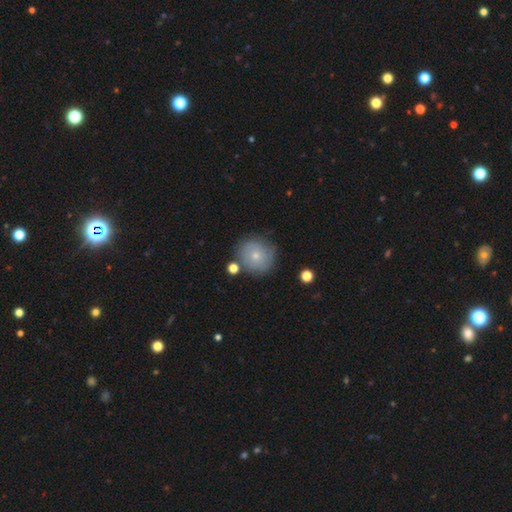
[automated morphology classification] The model was most divided on "smooth or featured": smooth: 65%, featured or disk: 26%, star or artifact: 8%. More confident: how rounded — round (91%); merging — none (73%).